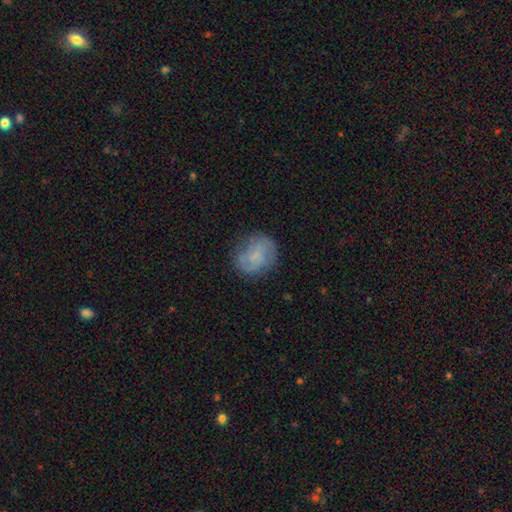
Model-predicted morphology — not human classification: smooth_or_featured: smooth (p=0.48) [alt: featured or disk p=0.43]
merging: none (p=0.67) [alt: minor disturbance p=0.22]